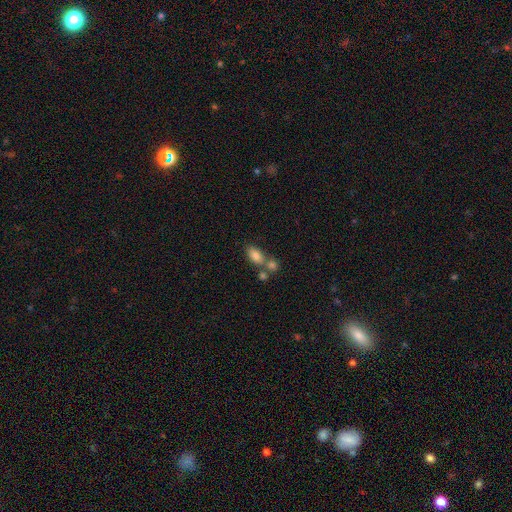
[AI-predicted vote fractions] smooth_or_featured: smooth (p=0.80) [alt: featured or disk p=0.10]
how_rounded: in between (p=0.88) [alt: round p=0.09]
merging: none (p=0.44) [alt: merger p=0.41]